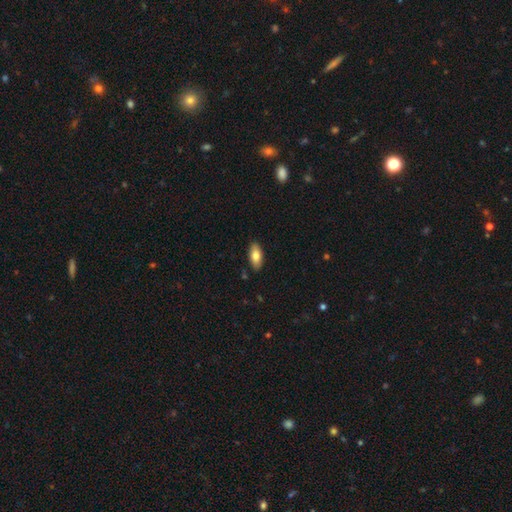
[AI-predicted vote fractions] Overall: smooth (79%). How rounded: in between (86%). Merging: none (88%).